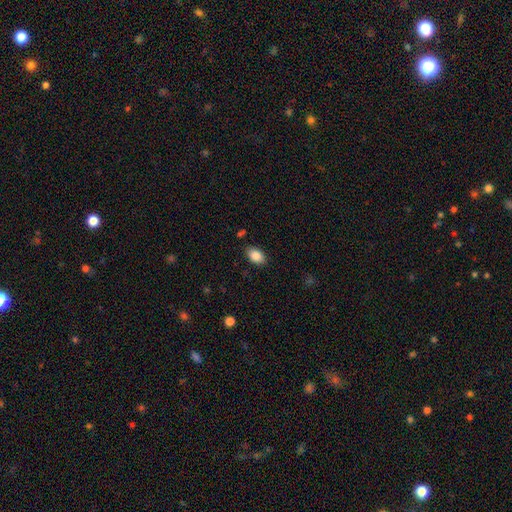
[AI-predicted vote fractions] This appears to be a smooth galaxy with no disk features (87%) that is in between round and cigar-shaped (89%). Merging: none (86%).